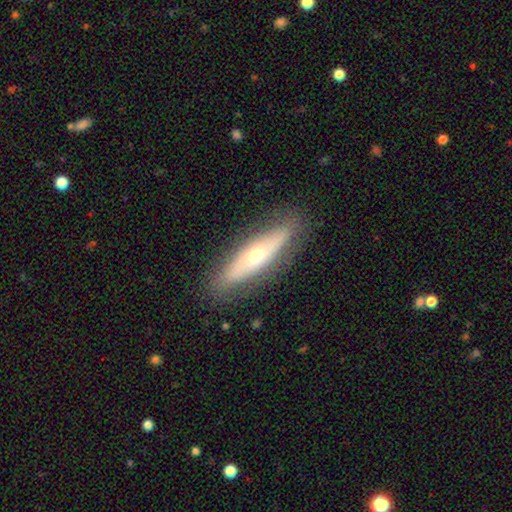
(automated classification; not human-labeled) Overall: featured or disk (51%; smooth 42%). Edge-on disk: yes (65%; no 35%). Merging: none (84%).